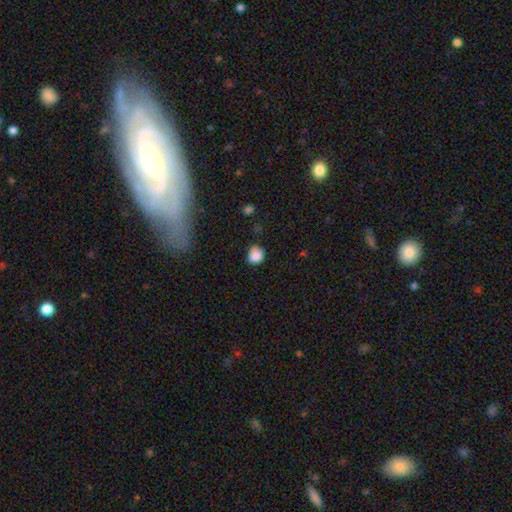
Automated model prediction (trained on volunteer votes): smooth 85%, star or artifact 10%, featured or disk 5%. Down the decision tree: how rounded — round (70%); merging — none (65%).